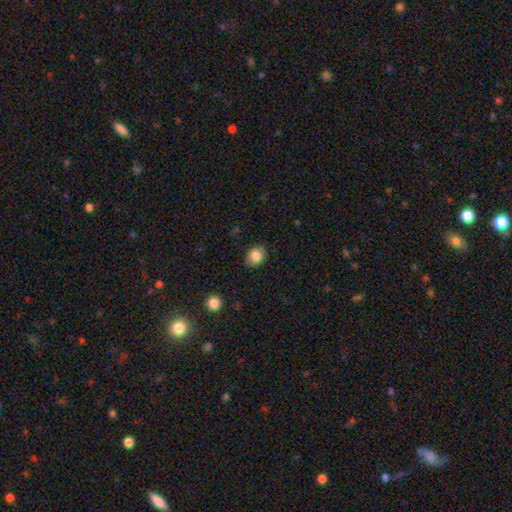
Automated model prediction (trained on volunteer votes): Smooth or featured? Predicted: smooth (p=0.85). How rounded? Predicted: round (p=0.64). Merging? Predicted: none (p=0.86).